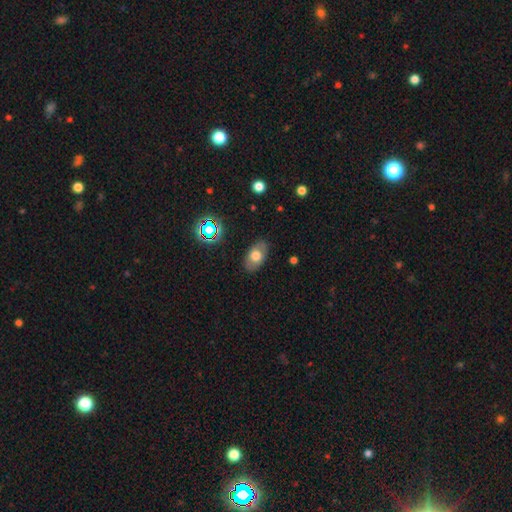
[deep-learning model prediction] Smooth or featured: smooth — 67% (featured or disk — 23%)
How rounded: in between — 90% (round — 8%)
Merging: none — 84% (minor disturbance — 12%)